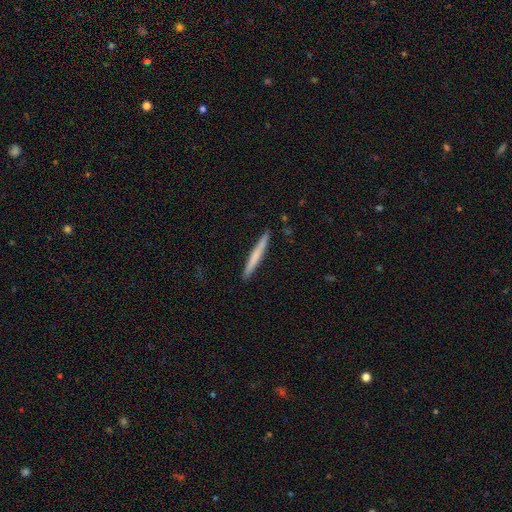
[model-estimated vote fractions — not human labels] Q: Smooth or featured?
A: smooth (62%); runner-up: featured or disk (33%)
Q: How rounded?
A: cigar-shaped (97%); runner-up: in between (2%)
Q: Merging?
A: none (91%); runner-up: minor disturbance (6%)